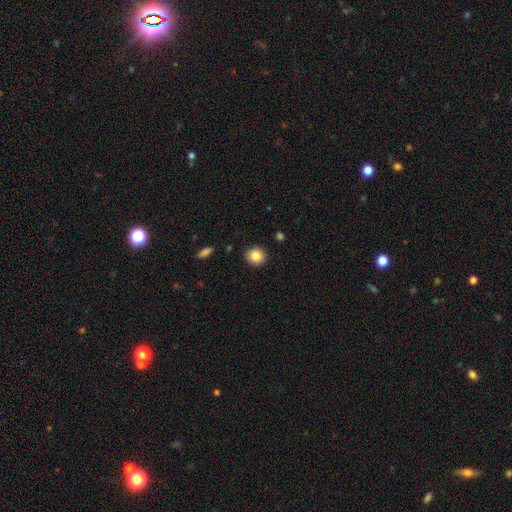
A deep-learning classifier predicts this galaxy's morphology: A smooth galaxy with no disk features (85%) that is round (86%). Merging: none (91%).